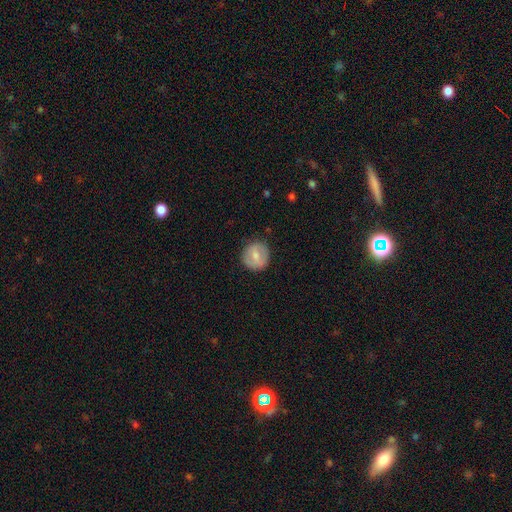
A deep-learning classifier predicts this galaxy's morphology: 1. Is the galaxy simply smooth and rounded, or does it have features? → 63% smooth, 31% featured or disk, 7% star or artifact.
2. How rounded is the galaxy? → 88% round, 11% in between, 1% cigar-shaped.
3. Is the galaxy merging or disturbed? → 85% none, 11% minor disturbance, 3% major disturbance, 1% merger.